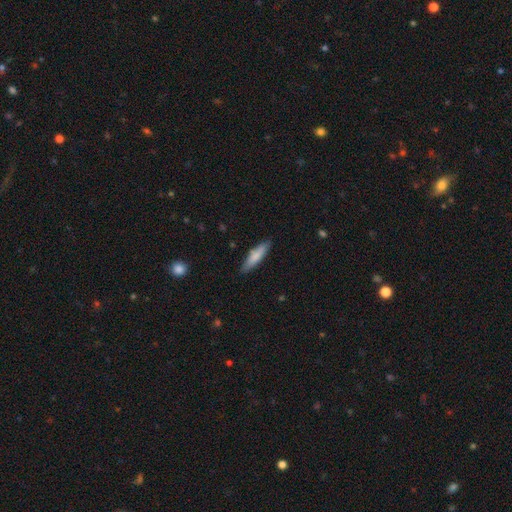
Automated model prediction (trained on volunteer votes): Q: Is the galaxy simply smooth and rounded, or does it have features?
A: smooth — 79%.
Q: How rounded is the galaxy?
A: cigar-shaped — 75%.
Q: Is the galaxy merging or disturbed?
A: none — 87%.